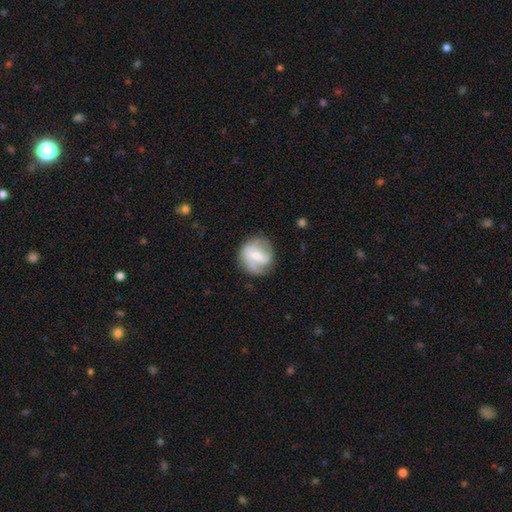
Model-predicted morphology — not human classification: type=featured or disk (66%); edge-on=no (97%); bar=weak (44%); spiral arms=yes (82%); winding=medium (41%); arm count=2 (60%); bulge=small (48%); merging=none (68%).